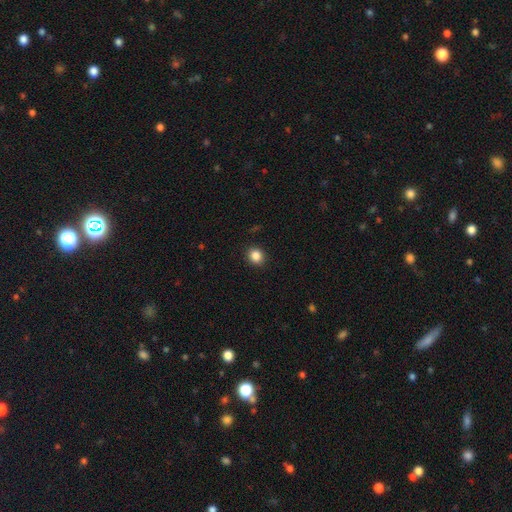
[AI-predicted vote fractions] Morphology: type=smooth (86%); roundness=round (78%); merging=none (90%).